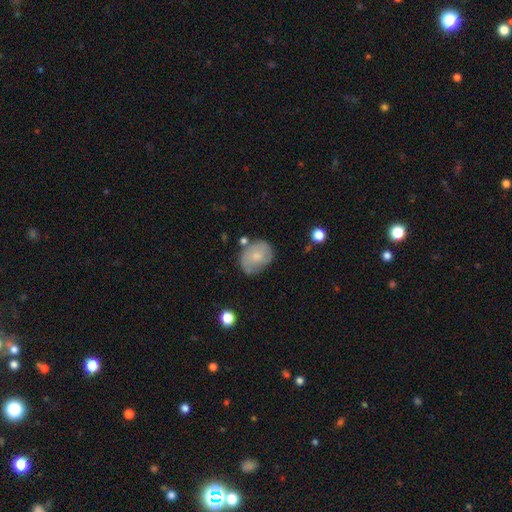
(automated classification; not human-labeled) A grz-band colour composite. It shows a smooth galaxy with no disk features (58%) that is in between round and cigar-shaped (57%). Merging: none (58%).